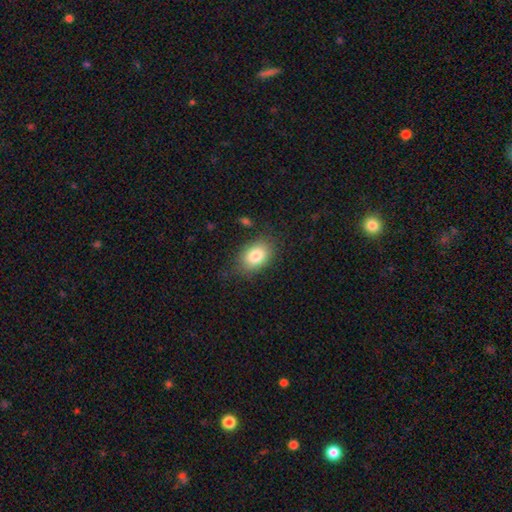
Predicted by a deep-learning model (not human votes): This is clearly a smooth galaxy (83%). How rounded: likely in between (79%). Merging: likely none (79%).